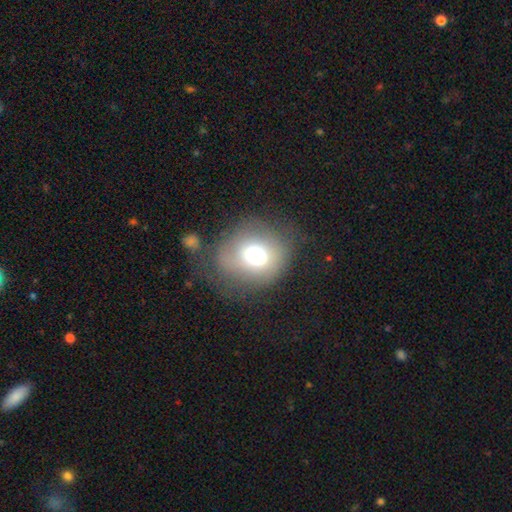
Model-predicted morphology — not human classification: type=smooth (67%); roundness=round (75%); merging=none (58%).